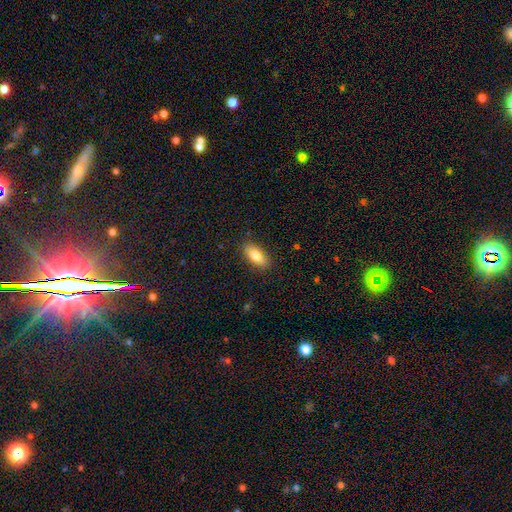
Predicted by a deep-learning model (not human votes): smooth-or-featured: smooth: 80% | featured or disk: 13% | star or artifact: 7%
  how-rounded: in between: 83% | cigar-shaped: 14% | round: 3%
  merging: none: 87% | minor disturbance: 10% | major disturbance: 2% | merger: 1%